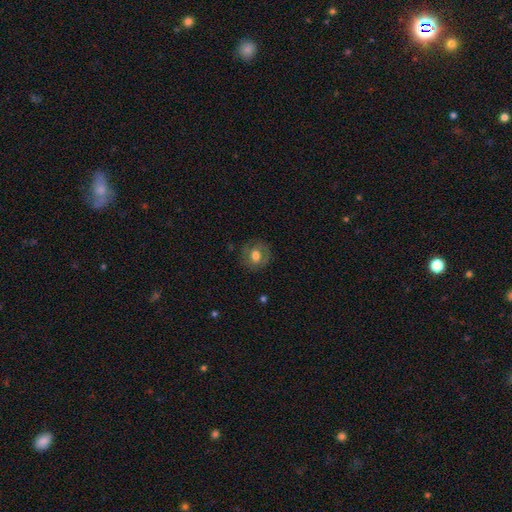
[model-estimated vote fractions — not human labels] This appears to be a smooth galaxy with no disk features (59%) that is round (75%). Merging: none (78%).